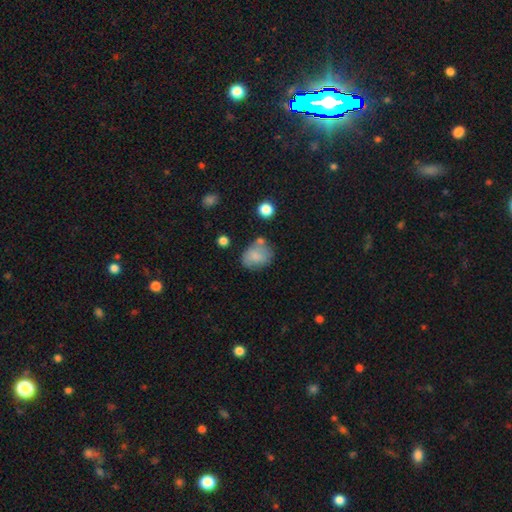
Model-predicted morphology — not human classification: This appears to be a smooth galaxy with no disk features (75%) that is in between round and cigar-shaped (54%). Merging: none (52%).